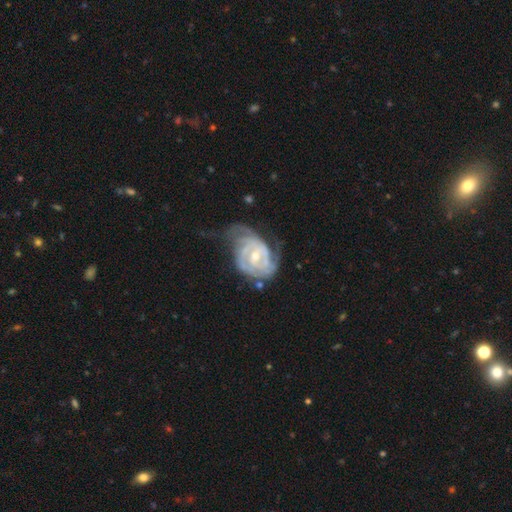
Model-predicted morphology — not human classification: Smooth or featured? Predicted: featured or disk (p=0.90). Edge-on disk? Predicted: no (p=0.97). Bar? Predicted: no (p=0.47). Spiral arms? Predicted: yes (p=0.96). Spiral winding? Predicted: tight (p=0.71). Spiral arm count? Predicted: 2 (p=0.33). Bulge size? Predicted: small (p=0.49). Merging? Predicted: none (p=0.46).